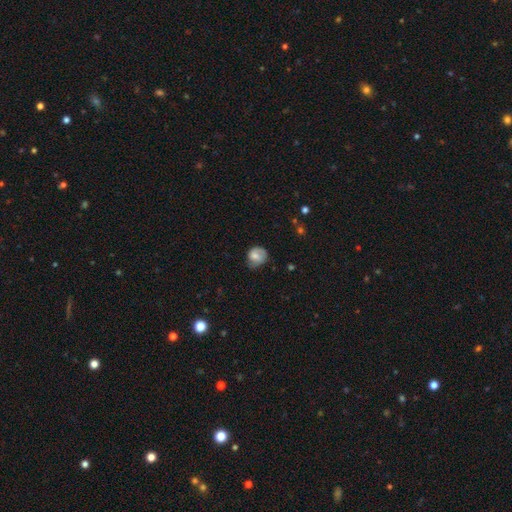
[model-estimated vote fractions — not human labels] Smooth or featured: smooth — 64% (featured or disk — 28%)
How rounded: round — 67% (in between — 32%)
Merging: none — 53% (minor disturbance — 34%)